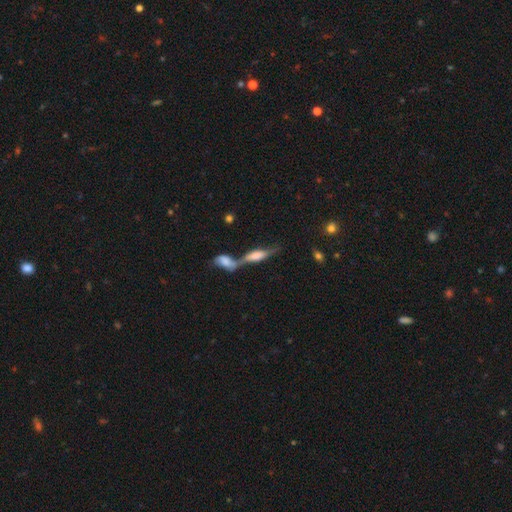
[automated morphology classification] Overall: featured or disk (57%; smooth 32%). Edge-on disk: yes (81%). Merging: merger (45%; none 38%).